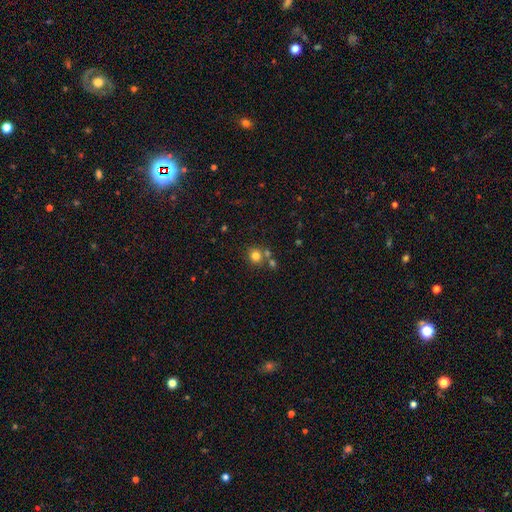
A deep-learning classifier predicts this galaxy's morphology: A smooth galaxy with no disk features (78%) that is round (87%). Merging: none (66%).